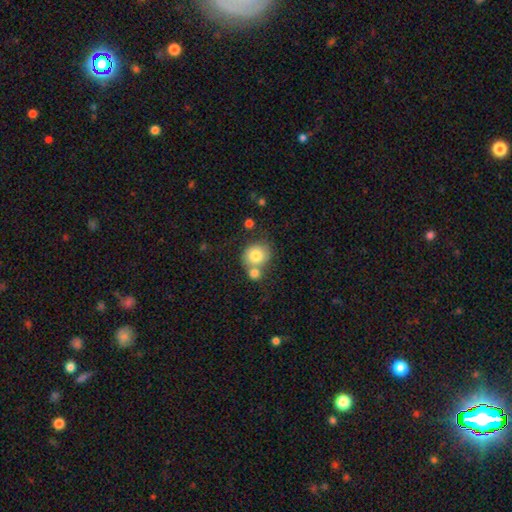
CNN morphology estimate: Smooth or featured? Predicted: smooth (p=0.78). How rounded? Predicted: round (p=0.79). Merging? Predicted: none (p=0.48).